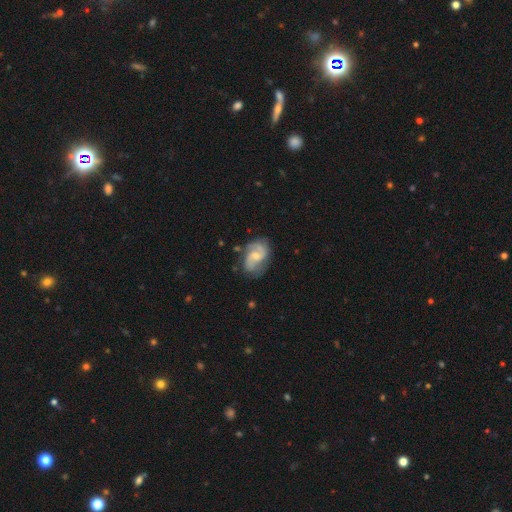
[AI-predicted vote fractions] smooth-or-featured: featured or disk: 81% | smooth: 13% | star or artifact: 6%
  disk-edge-on: no: 98% | yes: 2%
    bar: weak: 48% | no: 44% | strong: 8%
    has-spiral-arms: yes: 95% | no: 5%
      spiral-winding: medium: 51% | loose: 29% | tight: 19%
      spiral-arm-count: 2: 84% | can't tell: 7% | 3: 4% | 1: 3% | 4: 1% | more than 4: 1%
    bulge-size: small: 49% | moderate: 39% | none: 8% | large: 2% | dominant: 1%
  merging: none: 68% | minor disturbance: 21% | major disturbance: 8% | merger: 3%